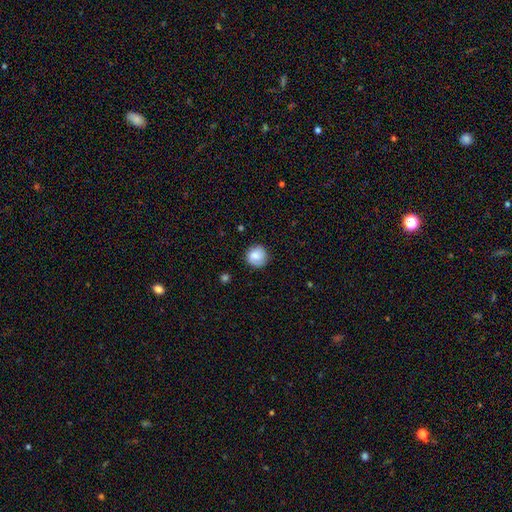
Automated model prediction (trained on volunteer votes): smooth-or-featured: smooth: 82% | featured or disk: 11% | star or artifact: 8%
  how-rounded: round: 93% | in between: 6% | cigar-shaped: 1%
  merging: none: 84% | minor disturbance: 12% | major disturbance: 3% | merger: 1%